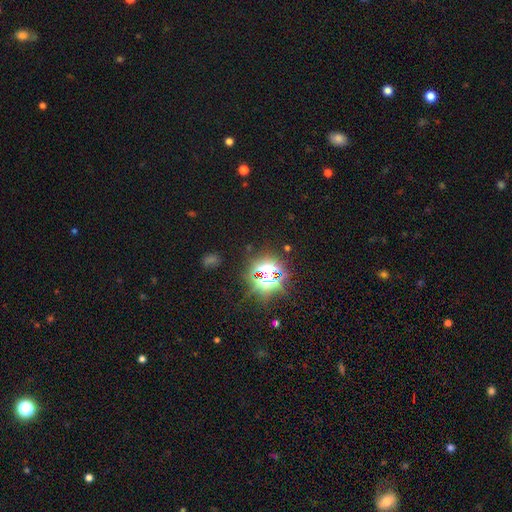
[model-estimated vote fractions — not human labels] The model was most divided on "smooth or featured": star or artifact: 83%, smooth: 11%, featured or disk: 6%.